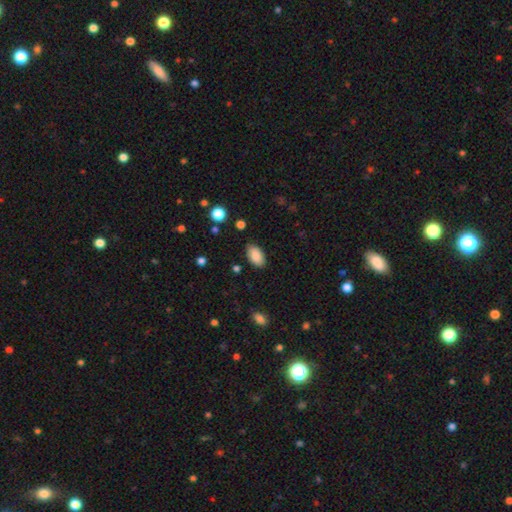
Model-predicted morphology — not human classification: smooth 88%, star or artifact 7%, featured or disk 4%. Down the decision tree: how rounded — in between (94%); merging — none (85%).